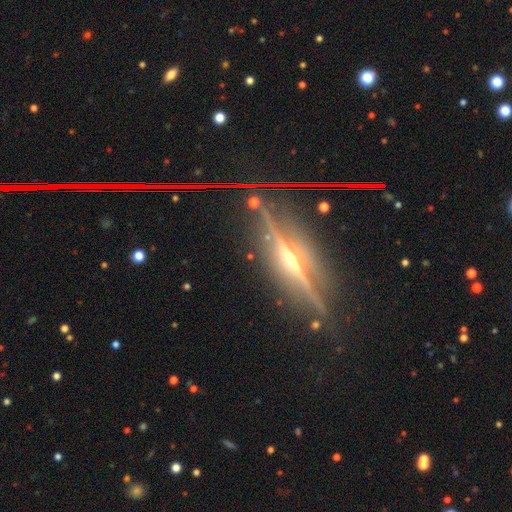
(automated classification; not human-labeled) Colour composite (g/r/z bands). It shows a featured or disk galaxy (75%) viewed edge-on (90%) with a rounded central bulge (85%). Merging: none (74%).